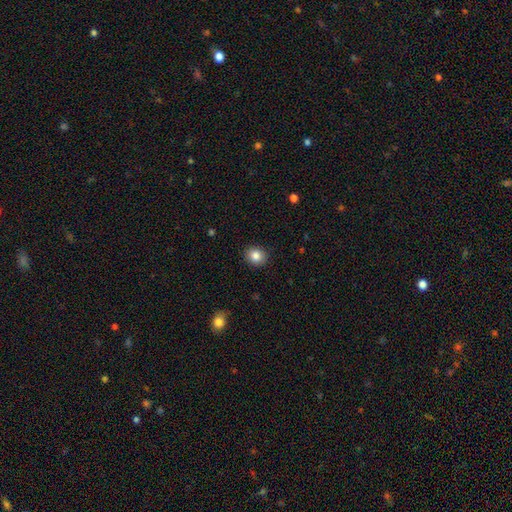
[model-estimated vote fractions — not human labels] smooth_or_featured: smooth (p=0.85) [alt: star or artifact p=0.10]
how_rounded: round (p=0.71) [alt: in between p=0.28]
merging: none (p=0.90) [alt: minor disturbance p=0.07]